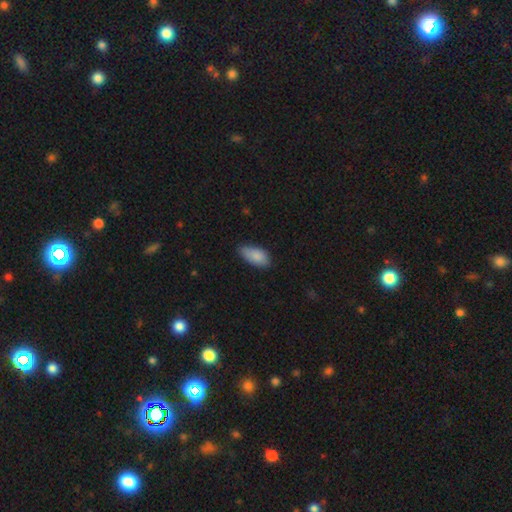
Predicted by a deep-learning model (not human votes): smooth-or-featured: smooth: 87% | star or artifact: 7% | featured or disk: 7%
  how-rounded: in between: 91% | cigar-shaped: 6% | round: 2%
  merging: none: 65% | minor disturbance: 29% | major disturbance: 4% | merger: 2%